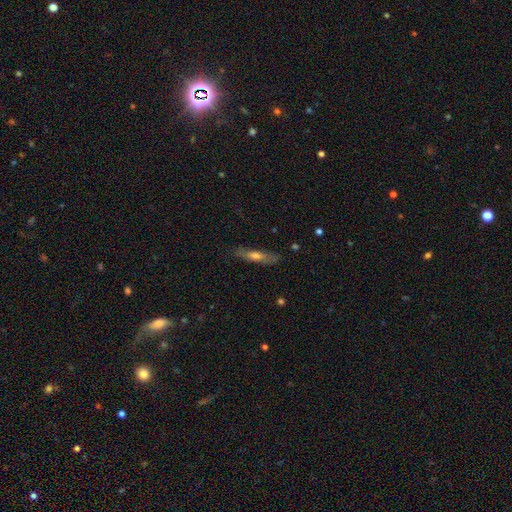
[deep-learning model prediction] Morphology: type=smooth (52%); roundness=cigar-shaped (79%); merging=none (82%).